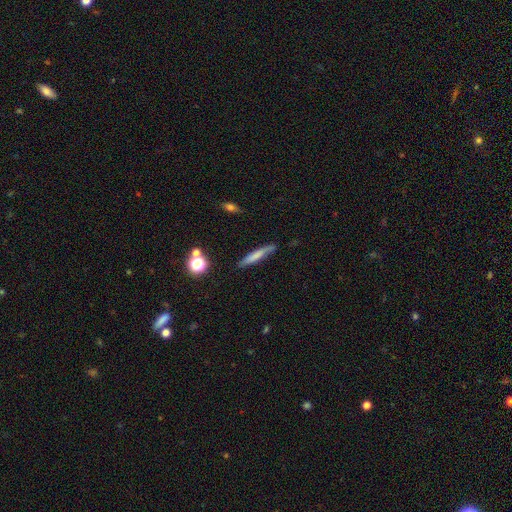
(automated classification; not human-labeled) Smooth or featured?
  - smooth: 66% *
  - featured or disk: 26%
  - star or artifact: 8%
How rounded?
  - cigar-shaped: 91% *
  - in between: 7%
  - round: 2%
Merging?
  - none: 76% *
  - minor disturbance: 17%
  - major disturbance: 4%
  - merger: 3%